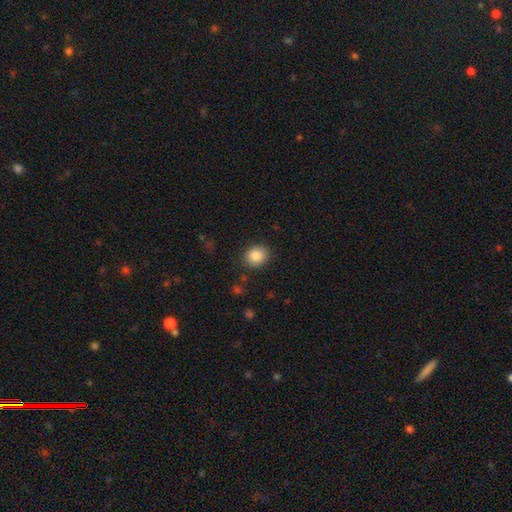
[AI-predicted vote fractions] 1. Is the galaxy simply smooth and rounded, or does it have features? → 86% smooth, 9% star or artifact, 5% featured or disk.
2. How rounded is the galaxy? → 68% round, 31% in between, 1% cigar-shaped.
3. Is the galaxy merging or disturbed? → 86% none, 9% minor disturbance, 3% major disturbance, 1% merger.